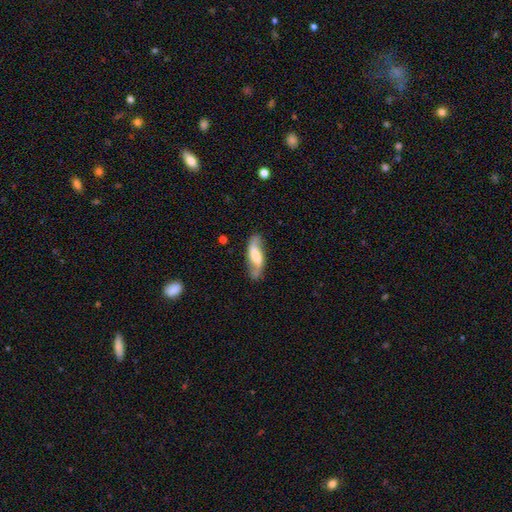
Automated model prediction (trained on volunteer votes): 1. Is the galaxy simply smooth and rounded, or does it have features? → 59% featured or disk, 35% smooth, 6% star or artifact.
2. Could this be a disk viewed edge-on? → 80% no, 20% yes.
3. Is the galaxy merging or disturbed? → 71% none, 21% minor disturbance, 6% major disturbance, 3% merger.